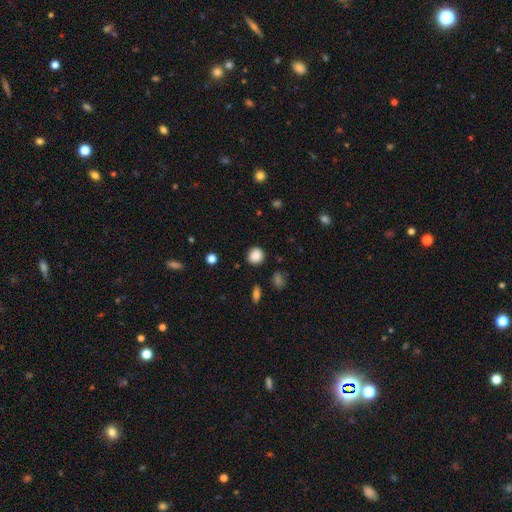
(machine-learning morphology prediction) Q: Smooth or featured?
A: smooth (86%); runner-up: star or artifact (10%)
Q: How rounded?
A: round (85%); runner-up: in between (14%)
Q: Merging?
A: none (86%); runner-up: minor disturbance (9%)